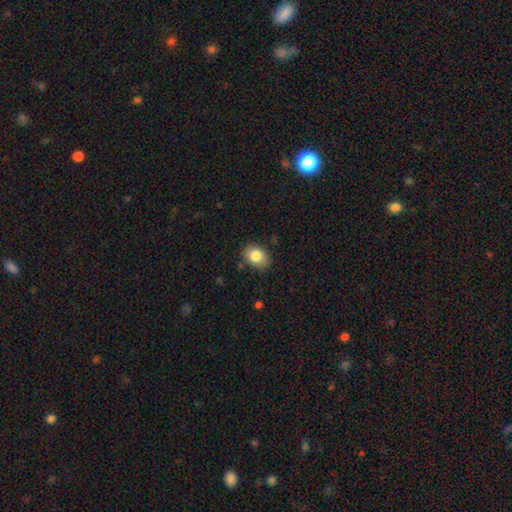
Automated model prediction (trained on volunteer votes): Smooth or featured? Predicted: smooth (p=0.83). How rounded? Predicted: in between (p=0.66). Merging? Predicted: none (p=0.80).